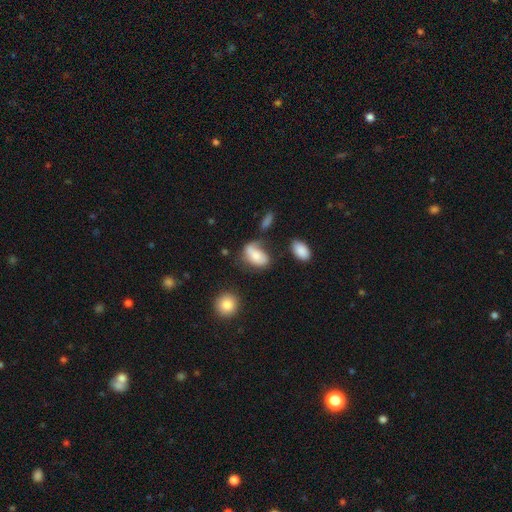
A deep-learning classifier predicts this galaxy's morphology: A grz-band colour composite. It shows a smooth galaxy with no disk features (67%) that is in between round and cigar-shaped (89%). Merging: none (34%).